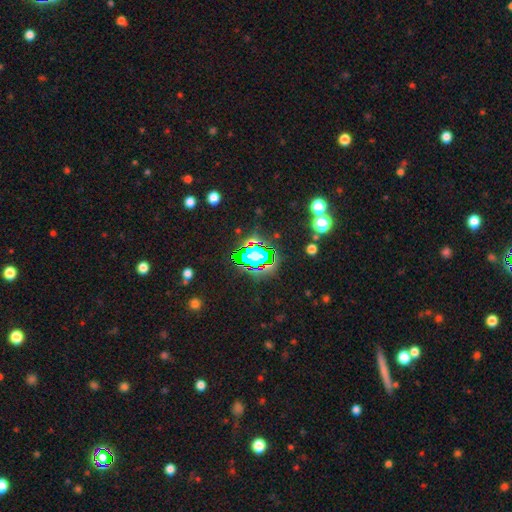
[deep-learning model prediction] This is likely a star or artifact rather than a galaxy (63%).